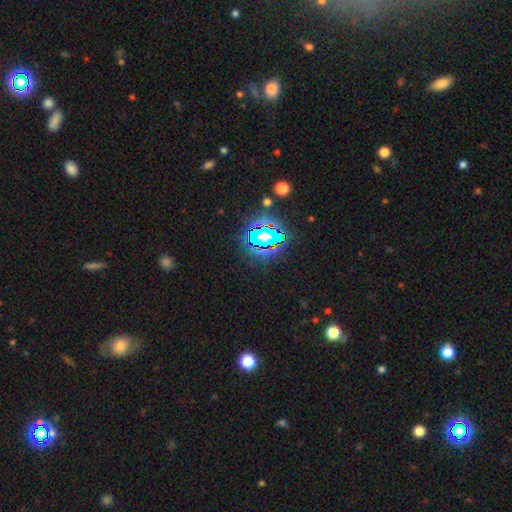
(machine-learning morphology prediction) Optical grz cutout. It shows a star or artifact, not a galaxy (80%).